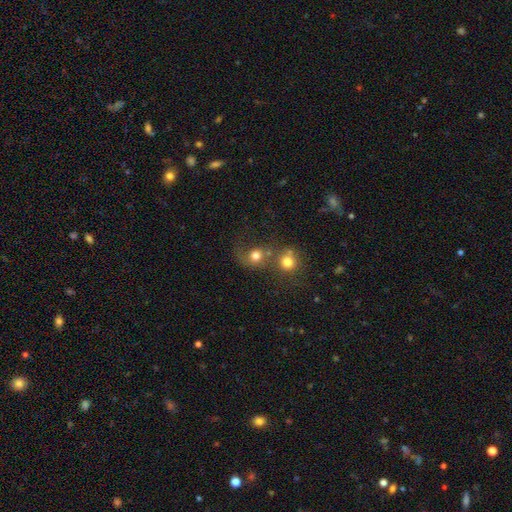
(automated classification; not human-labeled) Smooth or featured?
  - smooth: 69% *
  - featured or disk: 17%
  - star or artifact: 14%
How rounded?
  - round: 79% *
  - in between: 20%
  - cigar-shaped: 1%
Merging?
  - merger: 47% *
  - none: 30%
  - major disturbance: 13%
  - minor disturbance: 9%